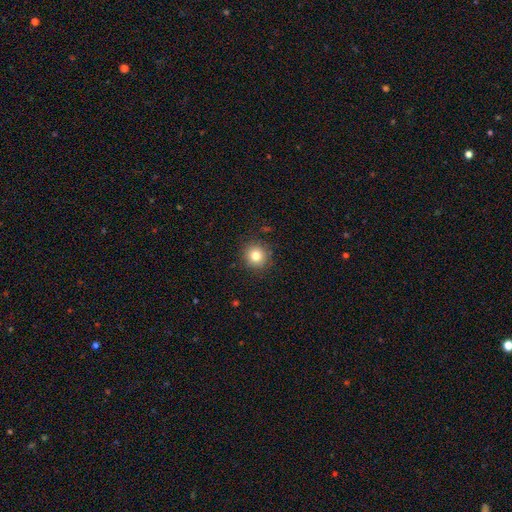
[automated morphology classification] This appears to be a smooth galaxy with no disk features (80%) that is round (93%). Merging: none (89%).